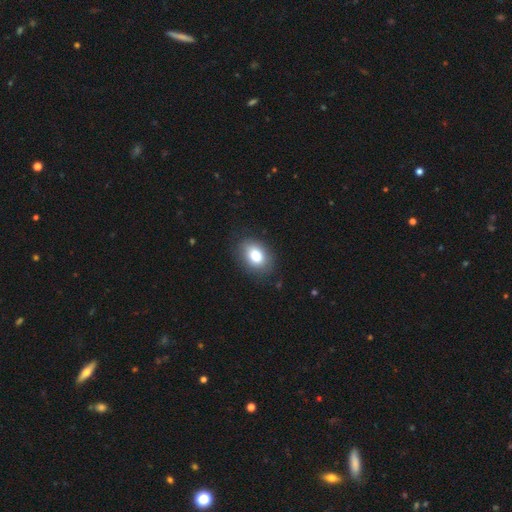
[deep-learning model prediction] The model was most divided on "how rounded": in between: 77%, round: 22%, cigar-shaped: 1%. More confident: smooth or featured — smooth (82%); merging — none (81%).